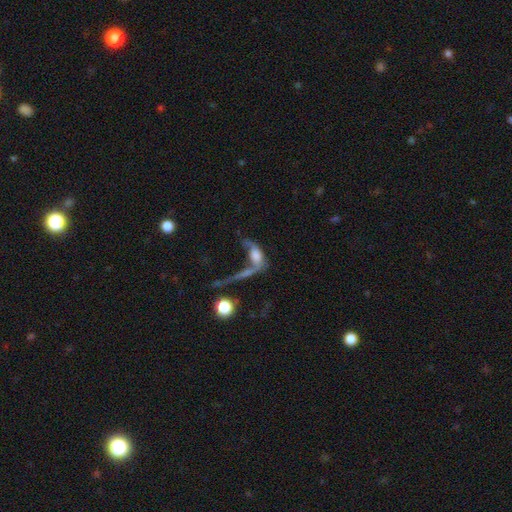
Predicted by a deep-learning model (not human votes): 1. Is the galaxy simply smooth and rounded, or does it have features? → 50% smooth, 38% featured or disk, 12% star or artifact.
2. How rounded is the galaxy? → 75% in between, 15% cigar-shaped, 9% round.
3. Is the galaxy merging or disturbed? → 45% merger, 27% major disturbance, 18% none, 10% minor disturbance.